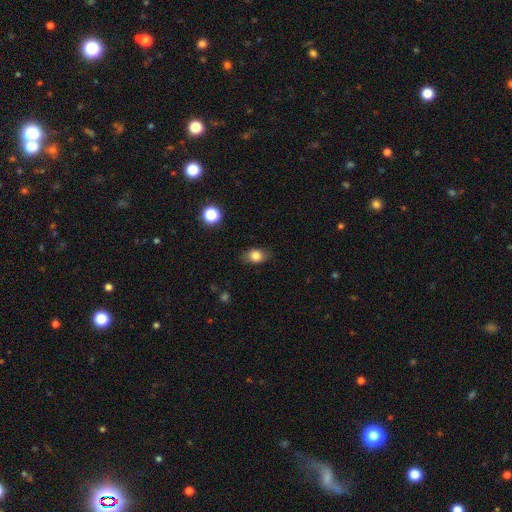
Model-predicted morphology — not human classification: This appears to be a smooth galaxy with no disk features (82%) that is in between round and cigar-shaped (75%). Merging: none (82%).